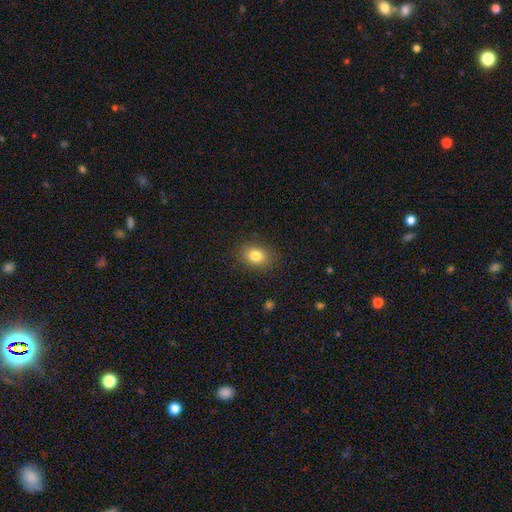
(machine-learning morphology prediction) Smooth or featured?
  - smooth: 83% *
  - star or artifact: 10%
  - featured or disk: 7%
How rounded?
  - in between: 61% *
  - round: 38%
  - cigar-shaped: 1%
Merging?
  - none: 86% *
  - minor disturbance: 10%
  - major disturbance: 3%
  - merger: 1%